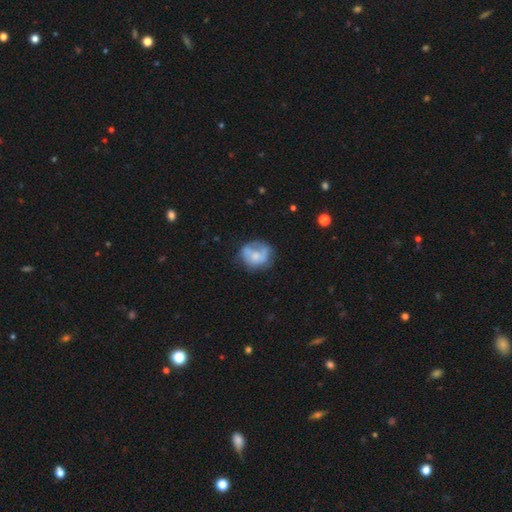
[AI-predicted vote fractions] The model was most divided on "smooth or featured": smooth: 50%, featured or disk: 42%, star or artifact: 8%. Remaining: how rounded — round (71%); merging — none (48%).